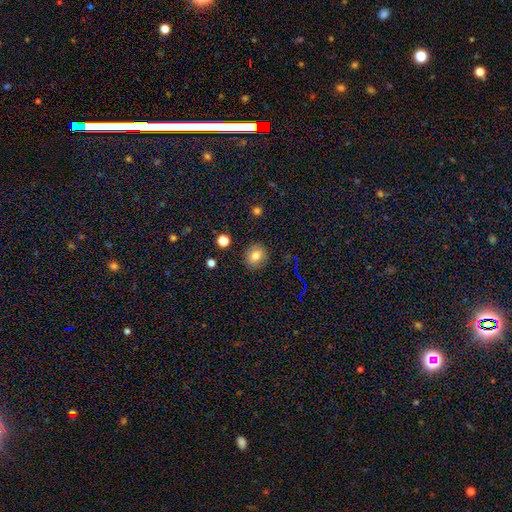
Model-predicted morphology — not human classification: Smooth or featured? Predicted: smooth (p=0.74). How rounded? Predicted: round (p=0.70). Merging? Predicted: none (p=0.88).